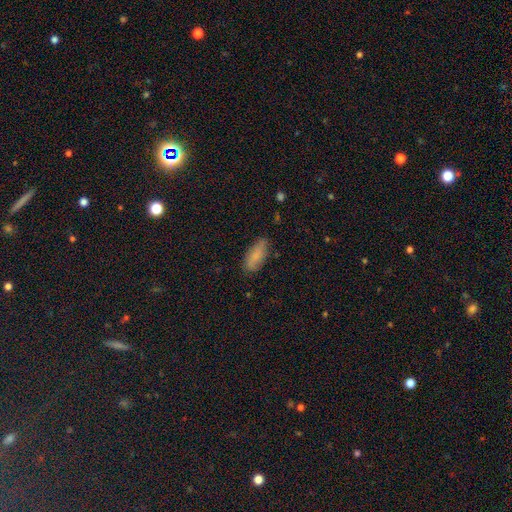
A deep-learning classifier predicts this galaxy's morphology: This appears to be a smooth galaxy with no disk features (82%) that is in between round and cigar-shaped (77%). Merging: none (79%).